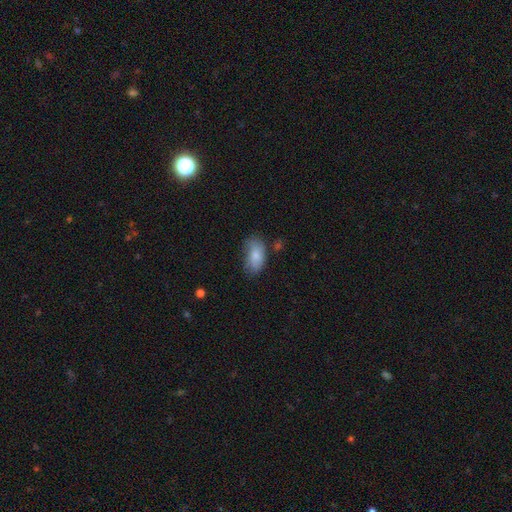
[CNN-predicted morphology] smooth-or-featured: smooth: 81% | featured or disk: 12% | star or artifact: 7%
  how-rounded: in between: 93% | round: 5% | cigar-shaped: 3%
  merging: none: 55% | minor disturbance: 32% | major disturbance: 10% | merger: 4%